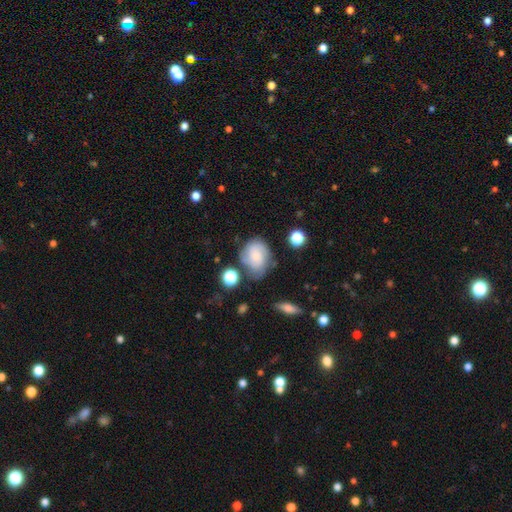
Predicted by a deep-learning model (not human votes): A featured or disk galaxy (50%). Merging: none (61%).